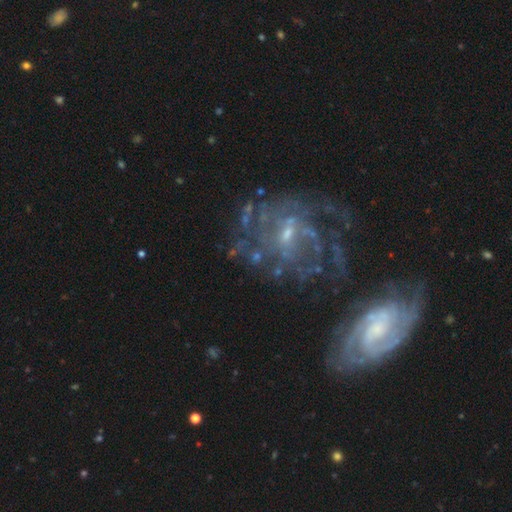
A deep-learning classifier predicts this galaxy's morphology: A featured or disk galaxy (80%) with no bar (45%), tight (43%) spiral arms (81%) and a small central bulge (66%). Merging: none (54%).